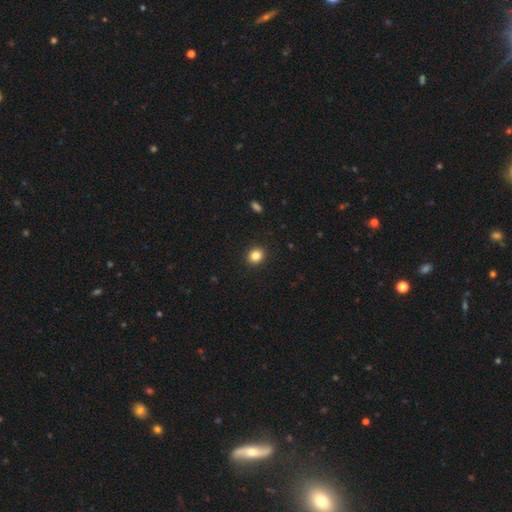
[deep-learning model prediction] Smooth or featured? smooth (84%)
How rounded? round (70%)
Merging? none (92%)